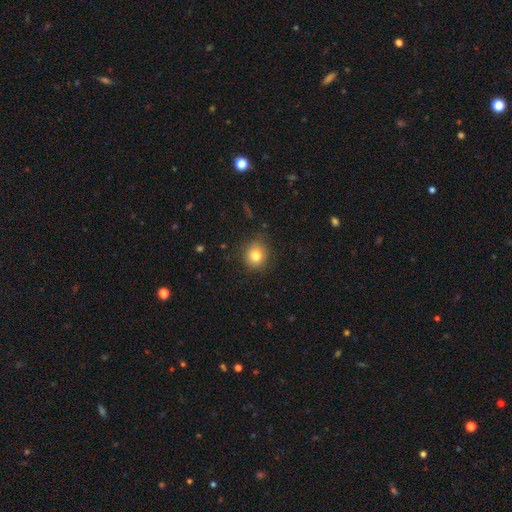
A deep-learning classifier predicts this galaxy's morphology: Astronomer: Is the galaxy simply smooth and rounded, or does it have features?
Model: smooth — 81%.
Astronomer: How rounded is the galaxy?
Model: round — 83%.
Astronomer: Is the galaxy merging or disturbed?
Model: none — 84%.